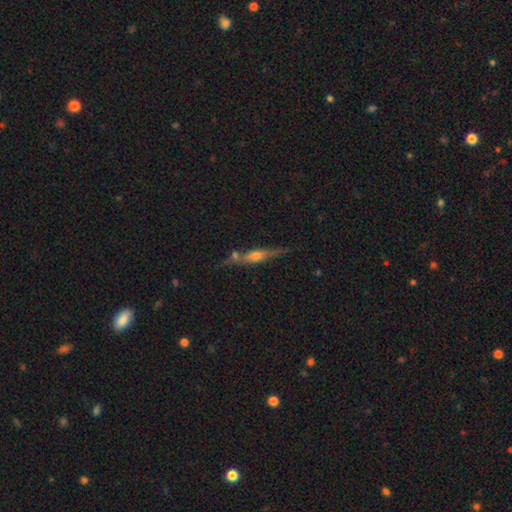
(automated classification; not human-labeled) Smooth or featured? featured or disk (65%)
Edge-on disk? yes (92%)
Edge-on bulge? rounded (79%)
Merging? none (70%)